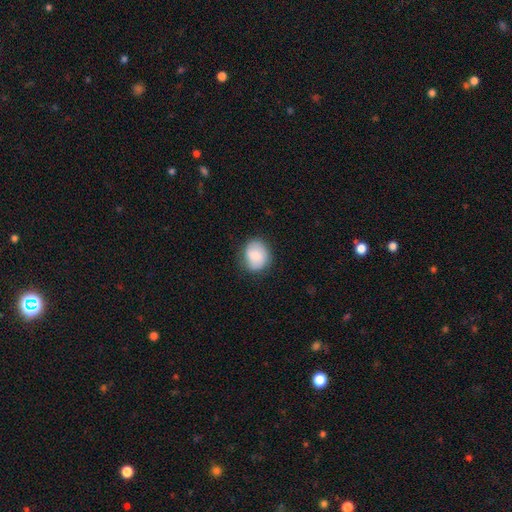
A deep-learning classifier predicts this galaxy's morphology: smooth 78%, featured or disk 15%, star or artifact 7%. Down the decision tree: how rounded — round (66%); merging — none (75%).